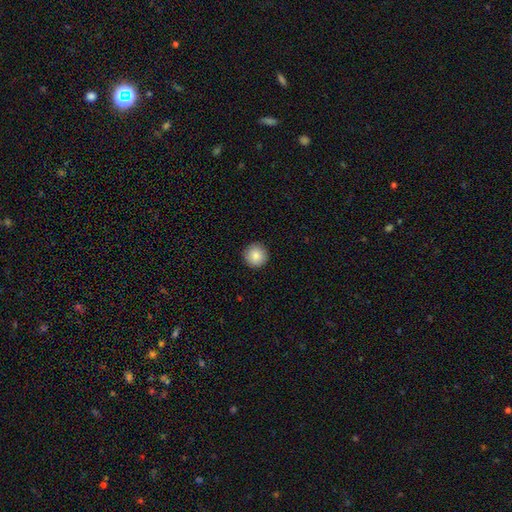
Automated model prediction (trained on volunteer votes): Overall: smooth (86%). How rounded: round (96%). Merging: none (92%).